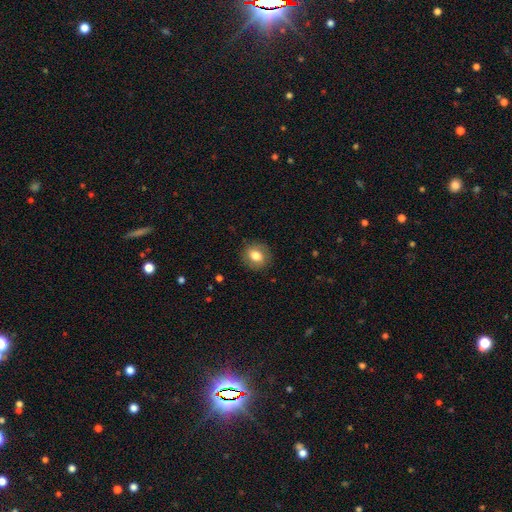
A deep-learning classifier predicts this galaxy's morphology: Smooth or featured?
  - smooth: 77% *
  - featured or disk: 14%
  - star or artifact: 8%
How rounded?
  - round: 67% *
  - in between: 32%
  - cigar-shaped: 1%
Merging?
  - none: 87% *
  - minor disturbance: 10%
  - major disturbance: 3%
  - merger: 1%